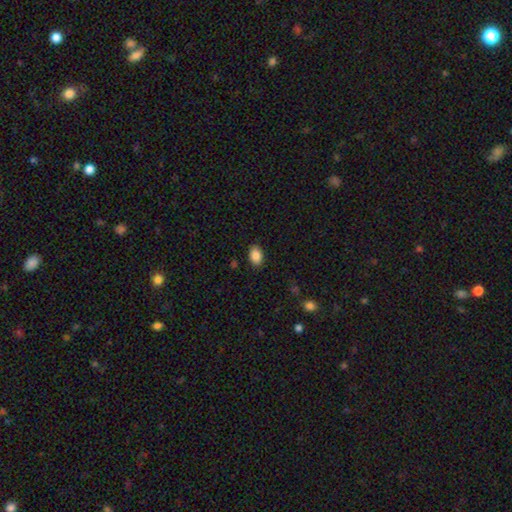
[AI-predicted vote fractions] Smooth or featured? smooth (88%)
How rounded? in between (86%)
Merging? none (87%)